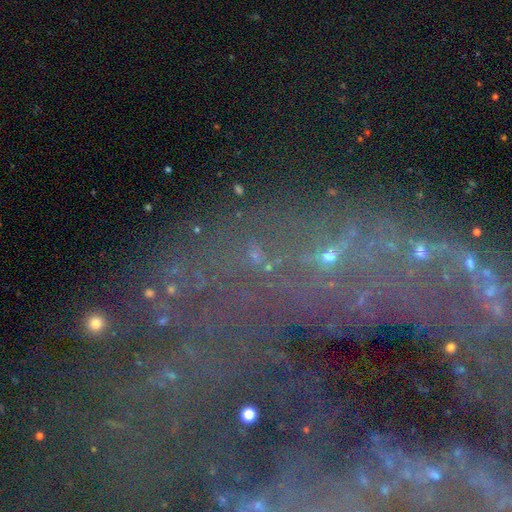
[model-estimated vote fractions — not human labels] The model was most divided on "smooth or featured": star or artifact: 58%, featured or disk: 24%, smooth: 19%.